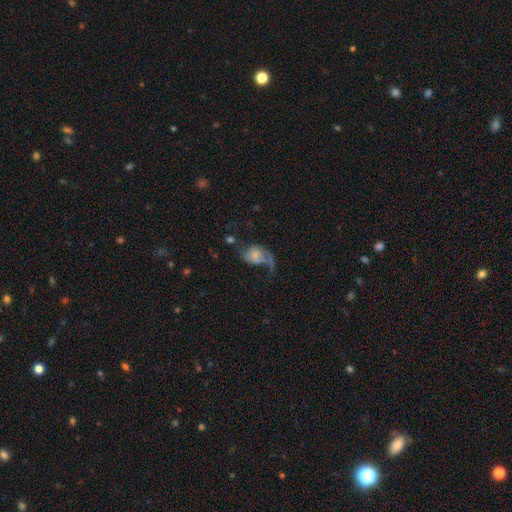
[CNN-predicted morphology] smooth-or-featured: featured or disk: 55% | smooth: 36% | star or artifact: 9%
  disk-edge-on: no: 97% | yes: 3%
    bar: no: 72% | weak: 23% | strong: 5%
    has-spiral-arms: yes: 78% | no: 22%
    bulge-size: small: 39% | moderate: 26% | none: 21% | large: 9% | dominant: 4%
  merging: major disturbance: 47% | none: 26% | minor disturbance: 20% | merger: 8%